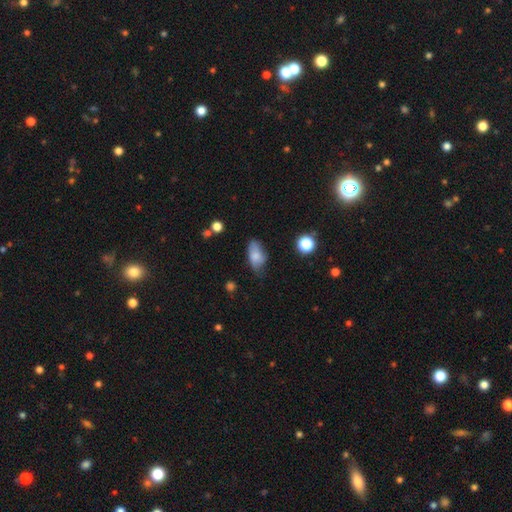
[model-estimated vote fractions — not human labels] Smooth or featured? smooth (75%)
How rounded? in between (90%)
Merging? none (52%)